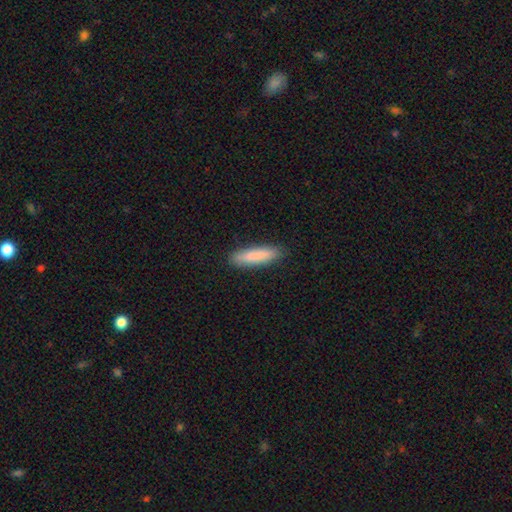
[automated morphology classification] This is clearly a smooth galaxy (87%). How rounded: likely cigar-shaped (76%). Merging: clearly none (88%).